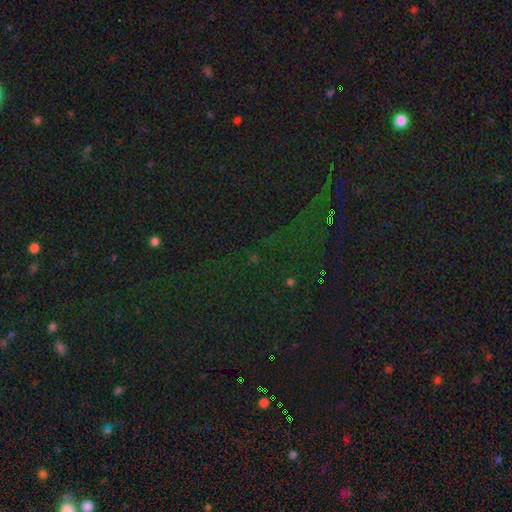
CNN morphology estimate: Overall: star or artifact (78%).